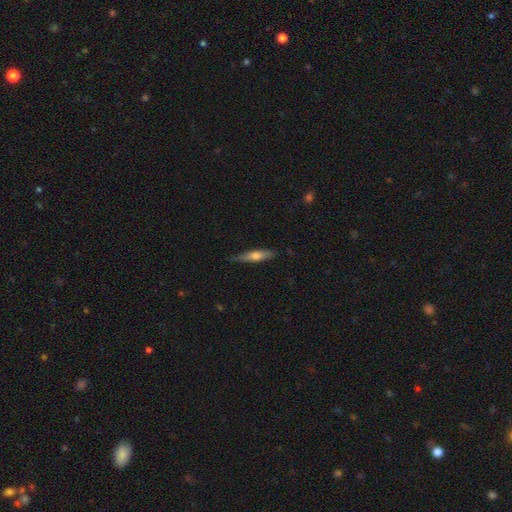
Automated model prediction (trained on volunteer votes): A smooth galaxy with no disk features (56%) that is cigar-shaped (82%). Merging: none (78%).